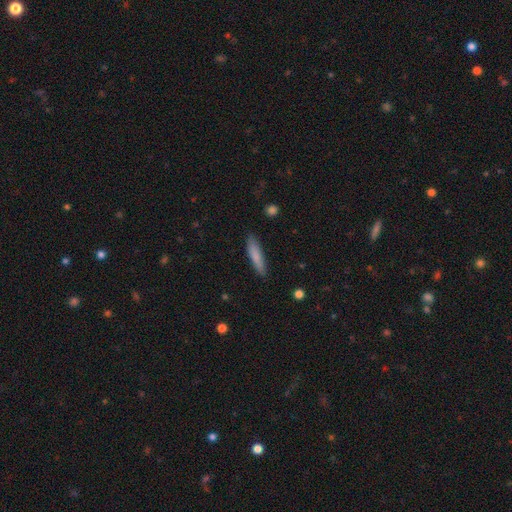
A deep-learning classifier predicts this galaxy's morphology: smooth 79%, featured or disk 15%, star or artifact 6%. Down the decision tree: how rounded — cigar-shaped (84%); merging — none (86%).